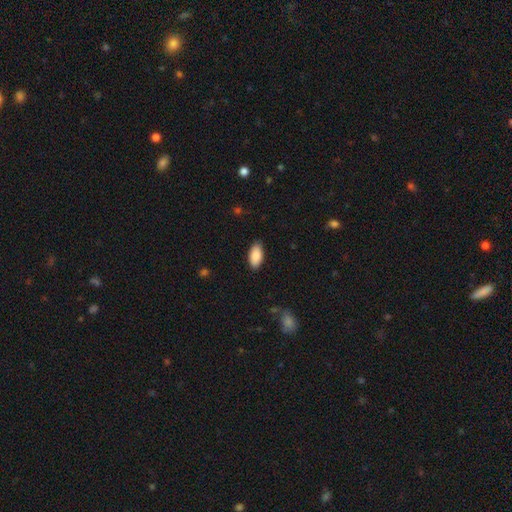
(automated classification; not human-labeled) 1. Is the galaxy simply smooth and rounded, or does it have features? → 89% smooth, 6% star or artifact, 5% featured or disk.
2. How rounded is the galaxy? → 93% in between, 5% cigar-shaped, 2% round.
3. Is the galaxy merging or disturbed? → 86% none, 11% minor disturbance, 2% major disturbance, 1% merger.